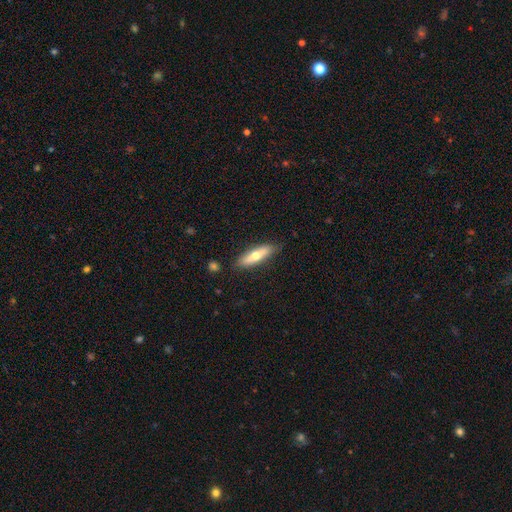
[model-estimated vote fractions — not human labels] A smooth galaxy with no disk features (56%) that is cigar-shaped (62%). Merging: none (83%).